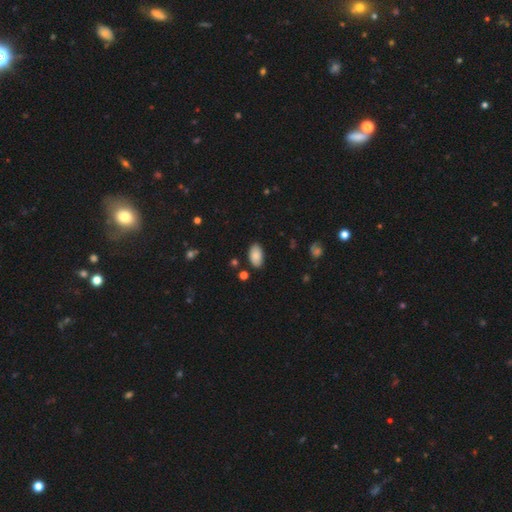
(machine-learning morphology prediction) The model was most divided on "merging": none: 85%, minor disturbance: 11%, major disturbance: 2%, merger: 2%. More confident: how rounded — in between (95%); smooth or featured — smooth (87%).